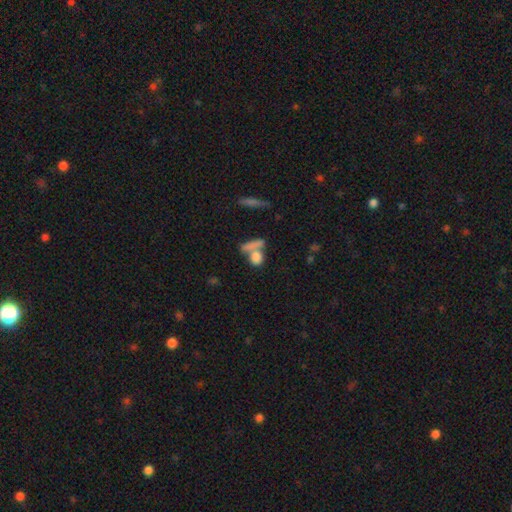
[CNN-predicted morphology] This appears to be a smooth galaxy with no disk features (79%) that is round (50%). Merging: none (45%).